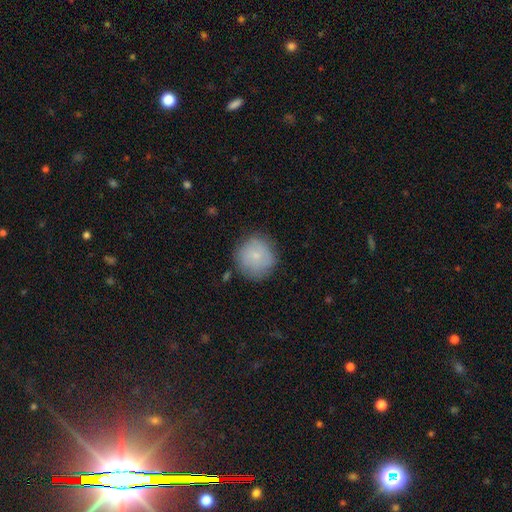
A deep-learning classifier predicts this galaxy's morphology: The model was most divided on "smooth or featured": smooth: 76%, featured or disk: 17%, star or artifact: 7%. More confident: how rounded — round (92%); merging — none (76%).